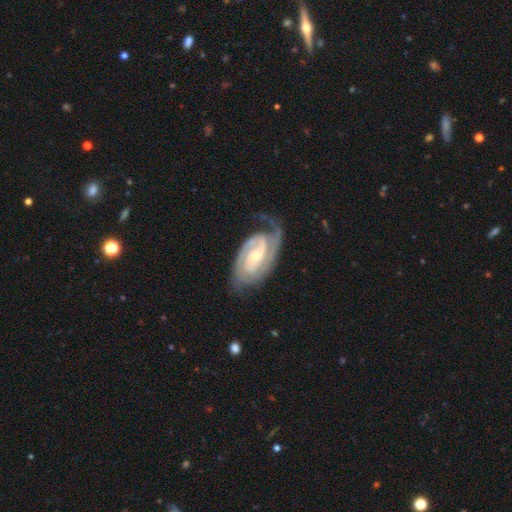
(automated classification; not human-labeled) Smooth or featured? Predicted: featured or disk (p=0.90). Edge-on disk? Predicted: no (p=0.96). Bar? Predicted: weak (p=0.41). Spiral arms? Predicted: yes (p=0.97). Spiral winding? Predicted: tight (p=0.58). Spiral arm count? Predicted: 2 (p=0.69). Bulge size? Predicted: small (p=0.53). Merging? Predicted: none (p=0.63).